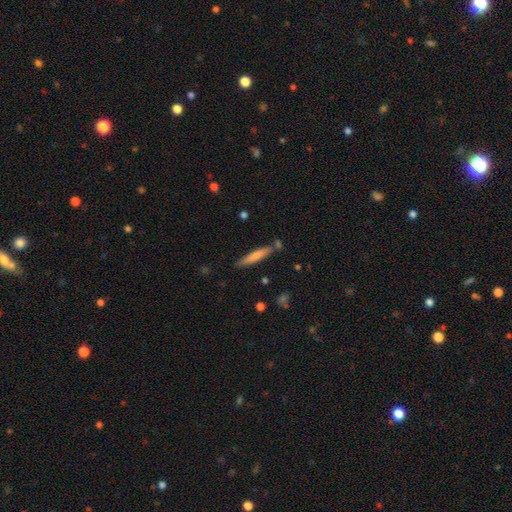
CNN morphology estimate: This is likely a smooth galaxy (72%). How rounded: clearly cigar-shaped (92%). Merging: likely none (78%).